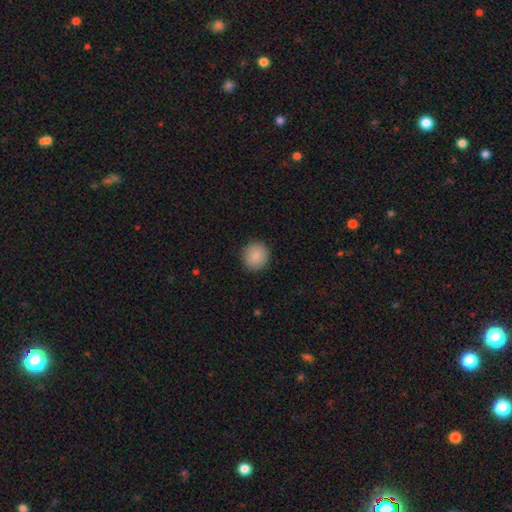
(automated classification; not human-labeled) This is clearly a smooth galaxy (86%). How rounded: clearly round (91%). Merging: clearly none (91%).